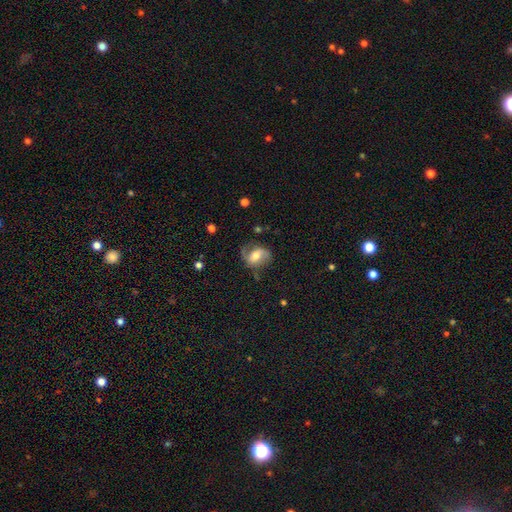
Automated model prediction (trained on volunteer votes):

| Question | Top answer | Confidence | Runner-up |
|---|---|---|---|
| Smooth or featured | featured or disk | 58% | smooth (34%) |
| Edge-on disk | no | 96% | yes (4%) |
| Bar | weak | 40% | tied: no (40%) |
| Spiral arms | yes | 84% | no (16%) |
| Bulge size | moderate | 64% | small (22%) |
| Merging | none | 61% | minor disturbance (24%) |